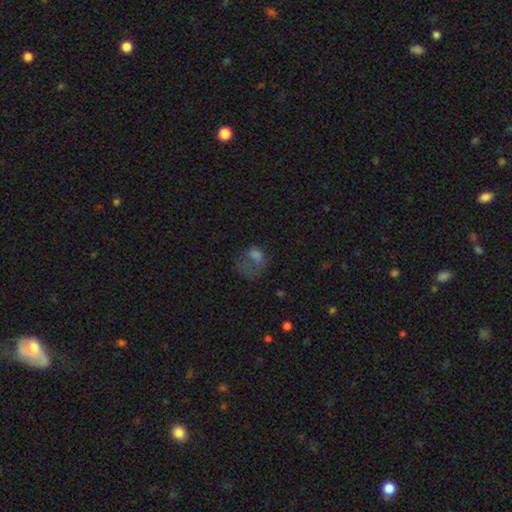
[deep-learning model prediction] A smooth galaxy with no disk features (56%) that is in between round and cigar-shaped (52%).

Vote fractions:
- Smooth or featured? smooth: 56% / featured or disk: 23% / star or artifact: 21%
- How rounded? in between: 52% / round: 46% / cigar-shaped: 2%
- Merging? major disturbance: 47% / none: 28% / minor disturbance: 18% / merger: 7%